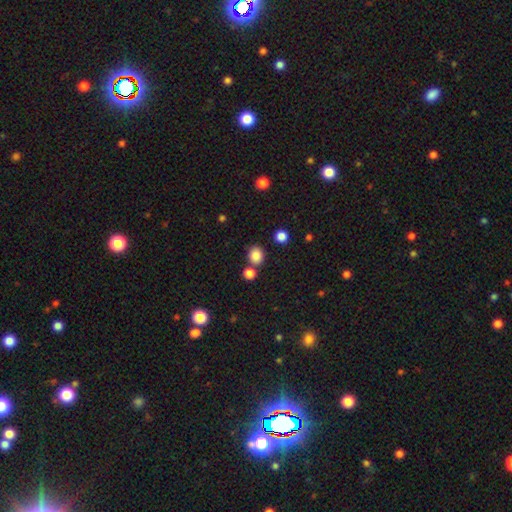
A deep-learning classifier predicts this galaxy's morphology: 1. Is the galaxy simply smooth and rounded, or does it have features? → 84% smooth, 11% star or artifact, 5% featured or disk.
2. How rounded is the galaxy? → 74% round, 25% in between, 1% cigar-shaped.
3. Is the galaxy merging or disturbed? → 72% none, 15% merger, 9% minor disturbance, 3% major disturbance.